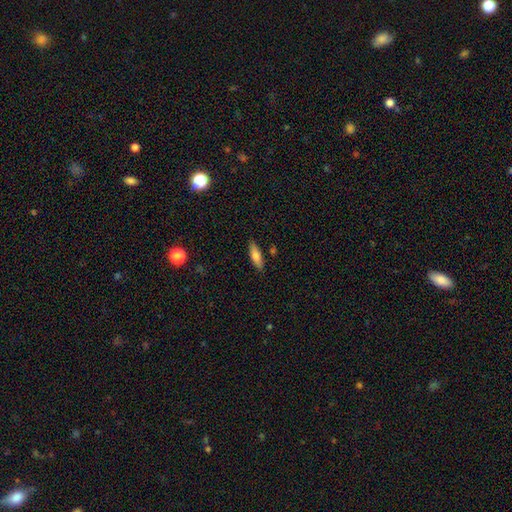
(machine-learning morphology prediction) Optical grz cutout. It shows a smooth galaxy with no disk features (76%) that is in between round and cigar-shaped (54%). Merging: none (85%).